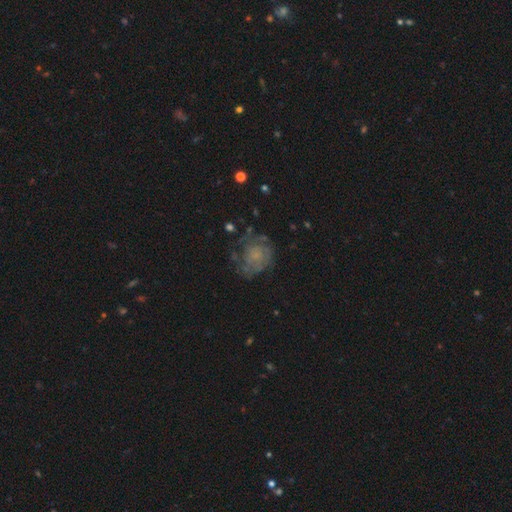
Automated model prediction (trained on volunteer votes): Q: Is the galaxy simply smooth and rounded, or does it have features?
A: featured or disk — 55%.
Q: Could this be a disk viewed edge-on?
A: no — 98%.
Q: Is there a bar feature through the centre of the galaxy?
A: no — 85%.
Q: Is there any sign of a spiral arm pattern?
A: yes — 58%.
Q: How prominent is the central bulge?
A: none — 50%.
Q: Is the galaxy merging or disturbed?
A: none — 54%.